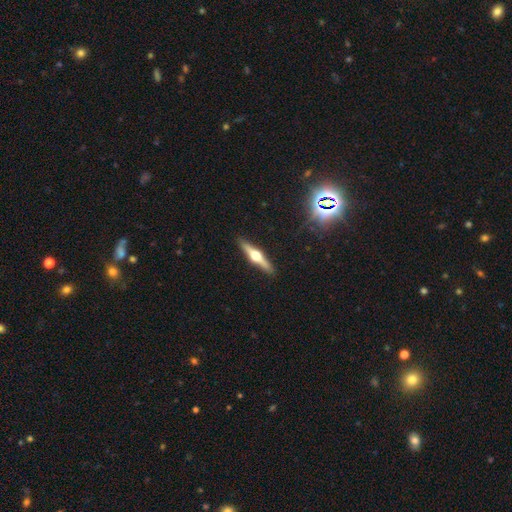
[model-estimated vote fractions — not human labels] Smooth or featured? Predicted: featured or disk (p=0.73). Edge-on disk? Predicted: yes (p=0.97). Edge-on bulge? Predicted: rounded (p=0.96). Merging? Predicted: none (p=0.91).